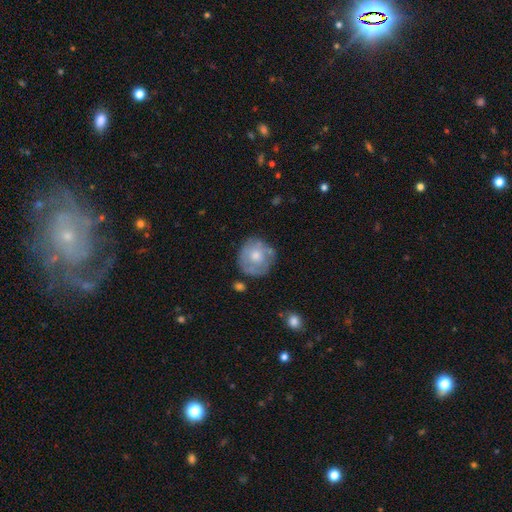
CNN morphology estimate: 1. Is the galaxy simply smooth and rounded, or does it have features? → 50% smooth, 43% featured or disk, 6% star or artifact.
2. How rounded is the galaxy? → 88% round, 11% in between, 1% cigar-shaped.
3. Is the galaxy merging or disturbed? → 66% none, 22% minor disturbance, 8% major disturbance, 4% merger.